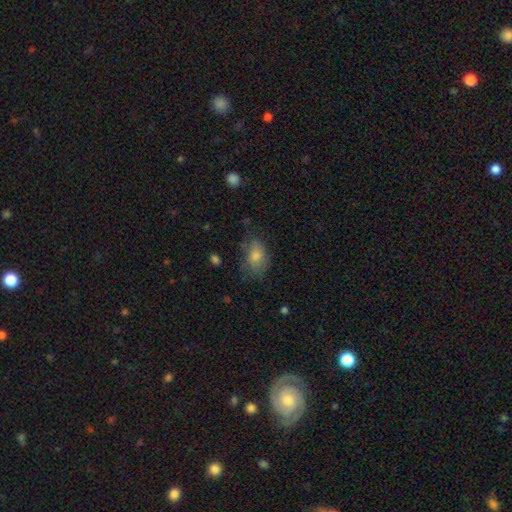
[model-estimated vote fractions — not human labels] Smooth or featured?
  - smooth: 73% *
  - featured or disk: 16%
  - star or artifact: 11%
How rounded?
  - in between: 80% *
  - round: 18%
  - cigar-shaped: 2%
Merging?
  - none: 62% *
  - minor disturbance: 25%
  - major disturbance: 11%
  - merger: 2%